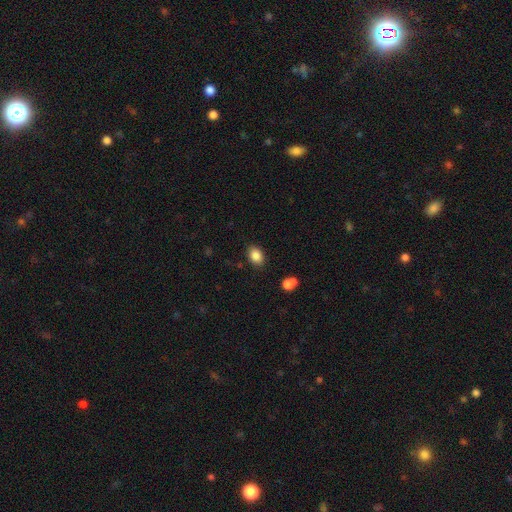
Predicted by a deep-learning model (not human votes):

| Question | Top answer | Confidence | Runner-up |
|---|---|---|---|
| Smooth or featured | smooth | 86% | star or artifact (9%) |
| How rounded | in between | 76% | round (23%) |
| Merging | none | 85% | minor disturbance (10%) |